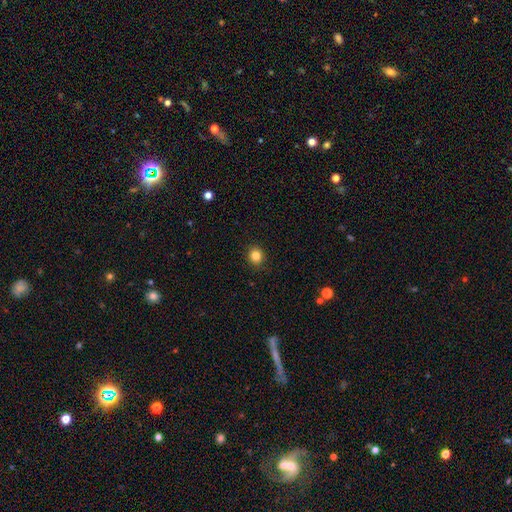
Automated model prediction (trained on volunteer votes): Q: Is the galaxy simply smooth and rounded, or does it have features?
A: smooth — 84%.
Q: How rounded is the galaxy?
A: round — 84%.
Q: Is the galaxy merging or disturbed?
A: none — 91%.